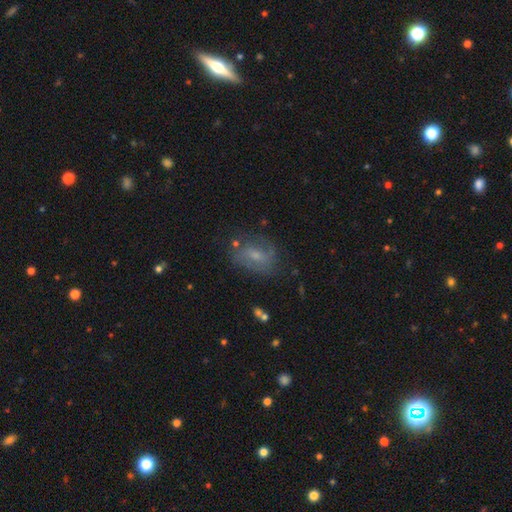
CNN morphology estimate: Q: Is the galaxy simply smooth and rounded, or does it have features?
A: featured or disk — 47%.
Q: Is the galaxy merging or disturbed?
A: none — 66%.